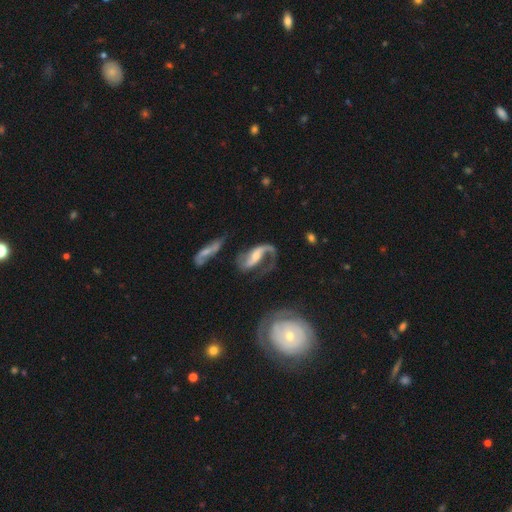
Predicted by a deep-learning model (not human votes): This appears to be a featured or disk galaxy (85%) with a weak bar (39%), 2 (65%) loose (58%) spiral arms (94%) and a small central bulge (43%). Merging: none (42%).